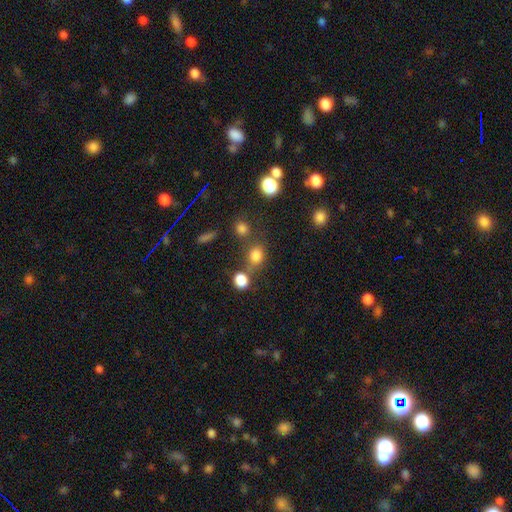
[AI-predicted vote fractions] smooth-or-featured: smooth: 78% | star or artifact: 15% | featured or disk: 7%
  how-rounded: round: 61% | in between: 37% | cigar-shaped: 2%
  merging: none: 59% | merger: 21% | minor disturbance: 13% | major disturbance: 7%